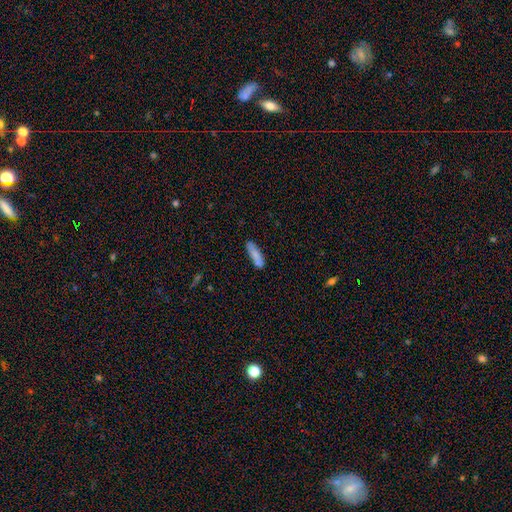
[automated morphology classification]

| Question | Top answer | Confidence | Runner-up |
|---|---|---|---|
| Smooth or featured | smooth | 82% | featured or disk (12%) |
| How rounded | cigar-shaped | 62% | in between (36%) |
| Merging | none | 78% | minor disturbance (14%) |